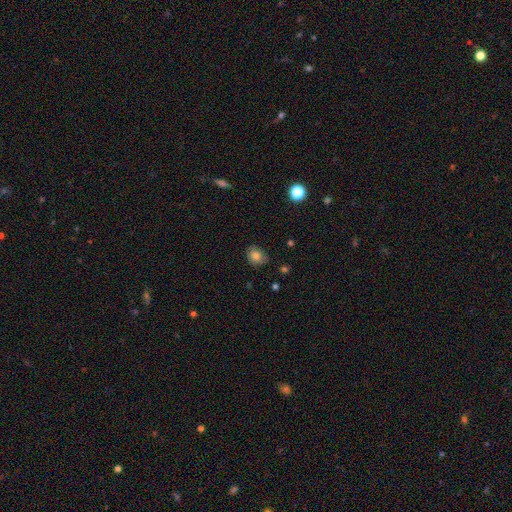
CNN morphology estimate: Smooth or featured: smooth — 81% (star or artifact — 11%)
How rounded: round — 54% (in between — 45%)
Merging: none — 75% (minor disturbance — 20%)